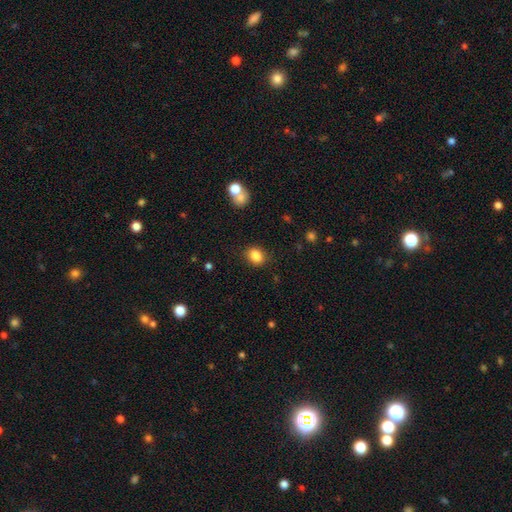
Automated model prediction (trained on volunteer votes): smooth 85%, star or artifact 10%, featured or disk 5%. Down the decision tree: how rounded — in between (51%); merging — none (84%).